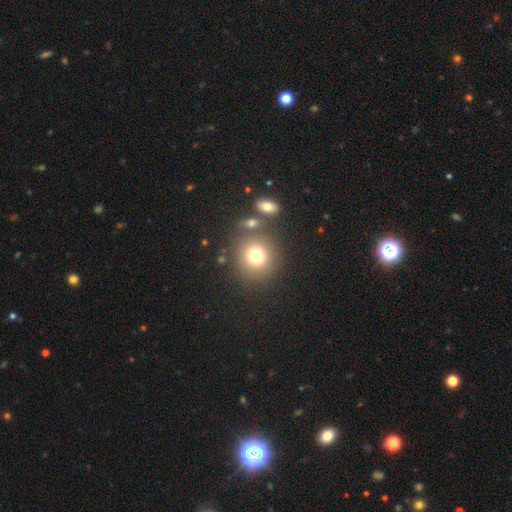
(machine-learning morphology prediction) A smooth galaxy with no disk features (75%) that is round (90%).

Vote fractions:
- Smooth or featured? smooth: 75% / star or artifact: 14% / featured or disk: 11%
- How rounded? round: 90% / in between: 9% / cigar-shaped: 1%
- Merging? none: 76% / merger: 12% / minor disturbance: 8% / major disturbance: 4%